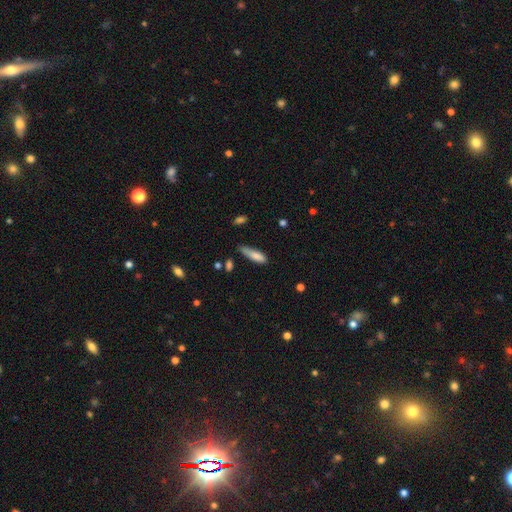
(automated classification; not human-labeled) This is clearly a smooth galaxy (82%). How rounded: likely cigar-shaped (61%). Merging: possibly none (53%).